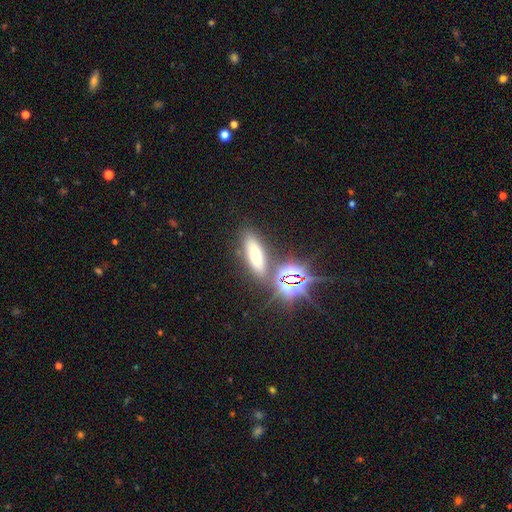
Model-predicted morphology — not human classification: A smooth galaxy with no disk features (51%) that is in between round and cigar-shaped (50%).

Vote fractions:
- Smooth or featured? smooth: 51% / star or artifact: 30% / featured or disk: 18%
- How rounded? in between: 50% / cigar-shaped: 42% / round: 8%
- Merging? none: 80% / minor disturbance: 10% / merger: 7% / major disturbance: 4%